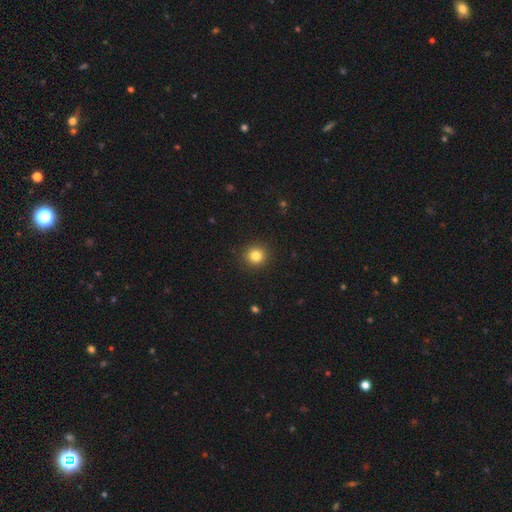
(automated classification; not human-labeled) smooth-or-featured: smooth: 83% | star or artifact: 12% | featured or disk: 5%
  how-rounded: round: 93% | in between: 6% | cigar-shaped: 1%
  merging: none: 92% | minor disturbance: 5% | major disturbance: 2% | merger: 1%